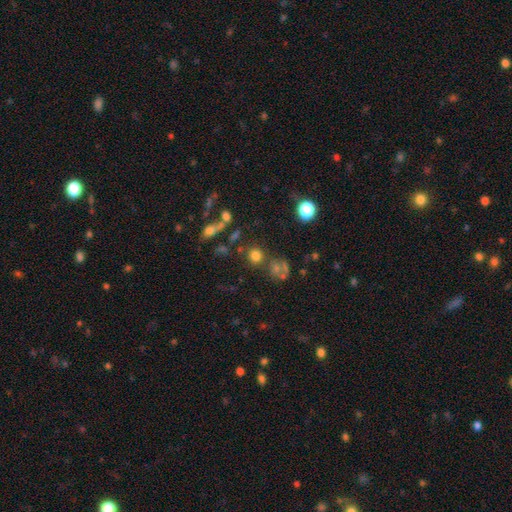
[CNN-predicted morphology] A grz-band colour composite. It shows a smooth galaxy with no disk features (73%) that is round (86%). Merging: none (69%).